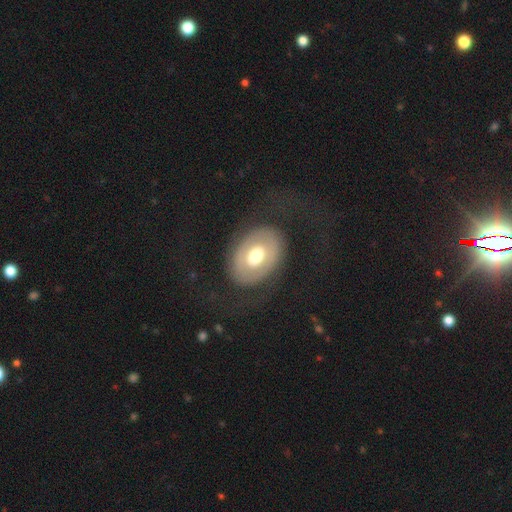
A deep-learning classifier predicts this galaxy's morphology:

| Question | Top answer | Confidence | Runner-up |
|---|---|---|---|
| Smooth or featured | smooth | 50% | featured or disk (43%) |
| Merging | none | 77% | minor disturbance (12%) |